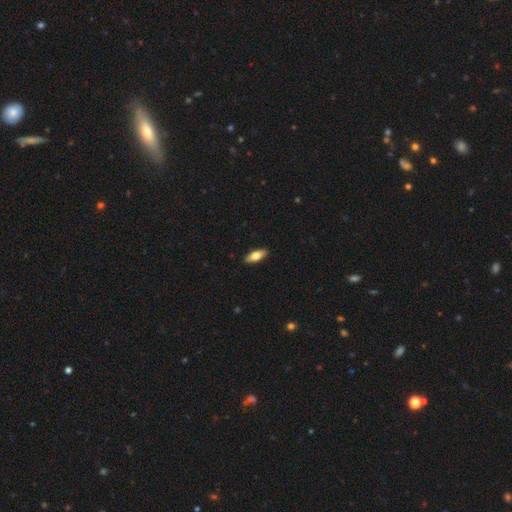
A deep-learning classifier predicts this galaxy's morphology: Smooth or featured: smooth — 74% (featured or disk — 20%)
How rounded: in between — 79% (cigar-shaped — 19%)
Merging: none — 90% (minor disturbance — 7%)